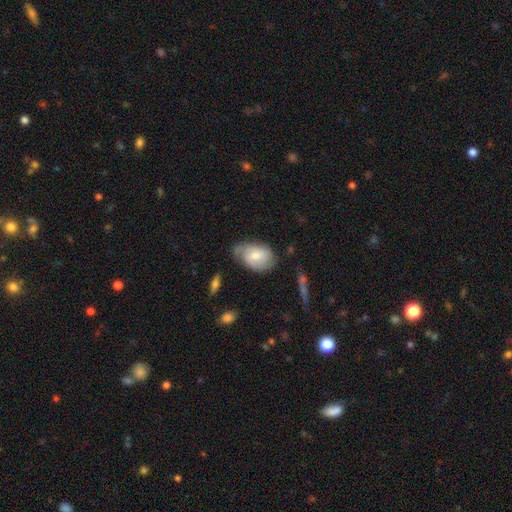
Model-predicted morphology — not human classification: A smooth galaxy with no disk features (57%) that is in between round and cigar-shaped (84%). Merging: none (52%).